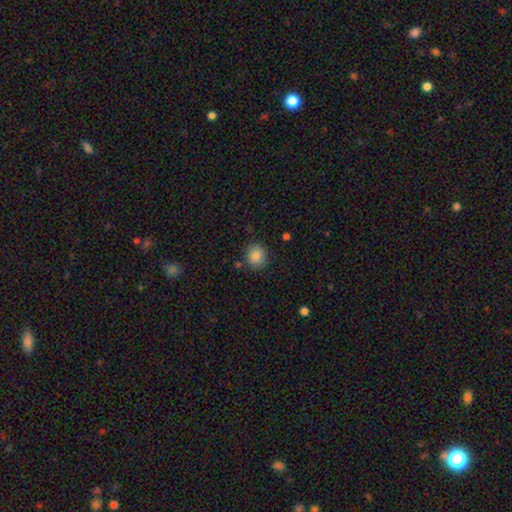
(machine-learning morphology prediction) smooth_or_featured: smooth (p=0.85) [alt: star or artifact p=0.09]
how_rounded: round (p=0.80) [alt: in between p=0.19]
merging: none (p=0.81) [alt: minor disturbance p=0.12]